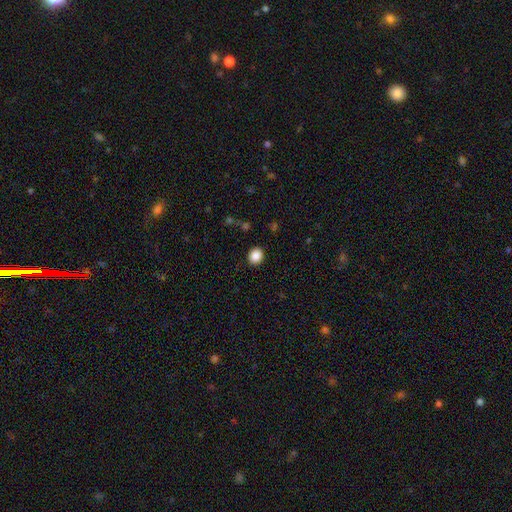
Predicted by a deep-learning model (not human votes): This appears to be a smooth galaxy with no disk features (87%) that is round (72%). Merging: none (90%).